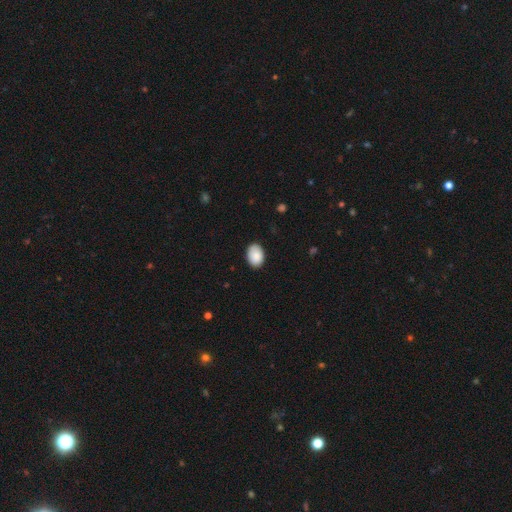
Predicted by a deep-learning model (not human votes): smooth_or_featured: smooth (p=0.88) [alt: star or artifact p=0.07]
how_rounded: in between (p=0.84) [alt: round p=0.15]
merging: none (p=0.84) [alt: minor disturbance p=0.13]